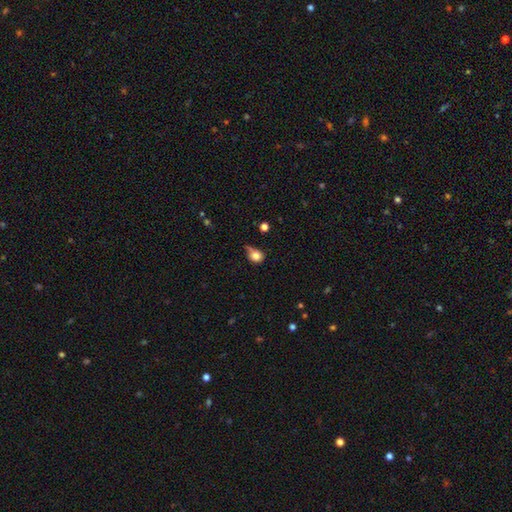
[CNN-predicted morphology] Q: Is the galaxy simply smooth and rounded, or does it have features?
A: smooth — 78%.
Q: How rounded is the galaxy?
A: round — 66%.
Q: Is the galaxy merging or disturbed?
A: none — 39%.